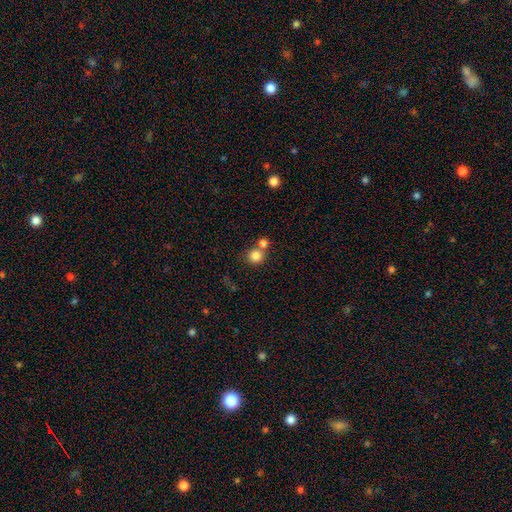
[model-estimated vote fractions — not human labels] Smooth or featured: smooth — 82% (star or artifact — 11%)
How rounded: round — 90% (in between — 9%)
Merging: none — 56% (merger — 34%)